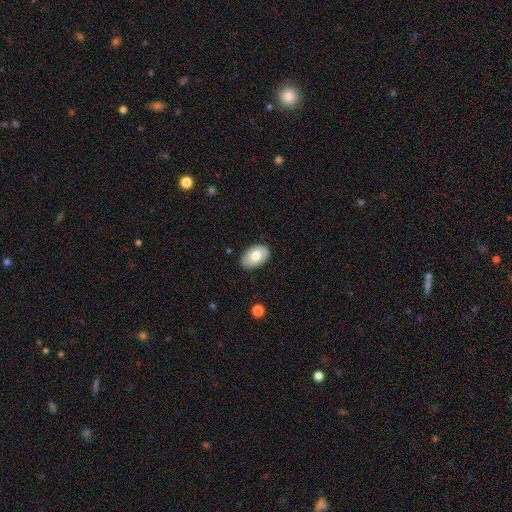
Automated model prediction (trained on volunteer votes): smooth-or-featured: smooth: 73% | featured or disk: 21% | star or artifact: 6%
  how-rounded: in between: 91% | round: 8% | cigar-shaped: 1%
  merging: none: 84% | minor disturbance: 13% | major disturbance: 2% | merger: 1%